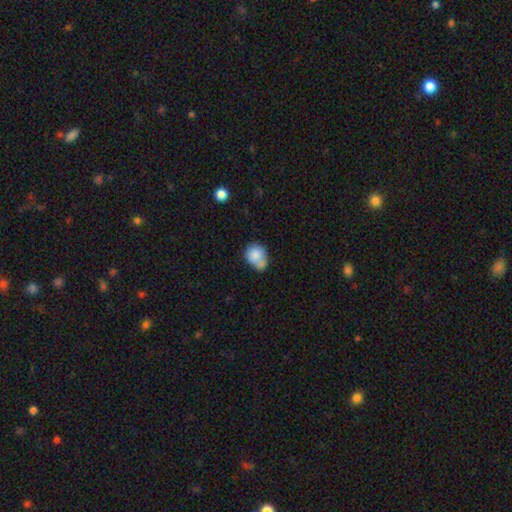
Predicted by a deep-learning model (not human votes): This is clearly a smooth galaxy (80%). How rounded: possibly round (59%). Merging: marginally none (36%).